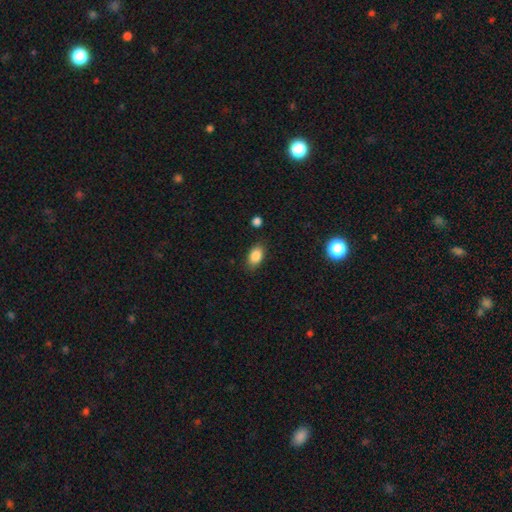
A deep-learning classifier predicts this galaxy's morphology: smooth 86%, star or artifact 8%, featured or disk 5%. Down the decision tree: how rounded — in between (89%); merging — none (83%).